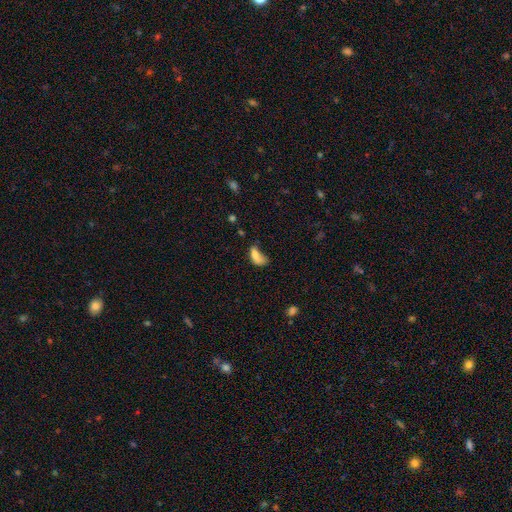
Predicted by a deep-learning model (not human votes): The model was most divided on "merging": major disturbance: 40%, minor disturbance: 26%, none: 20%, merger: 13%. More confident: how rounded — in between (86%); smooth or featured — smooth (71%).